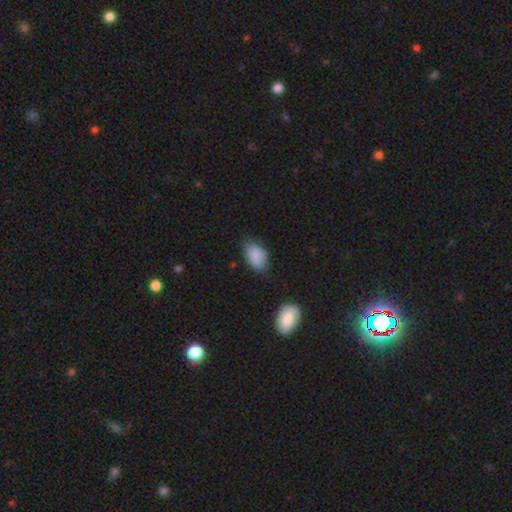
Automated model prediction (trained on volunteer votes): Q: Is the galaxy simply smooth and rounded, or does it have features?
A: smooth — 84%.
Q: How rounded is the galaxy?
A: in between — 90%.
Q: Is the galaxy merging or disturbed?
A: none — 58%.